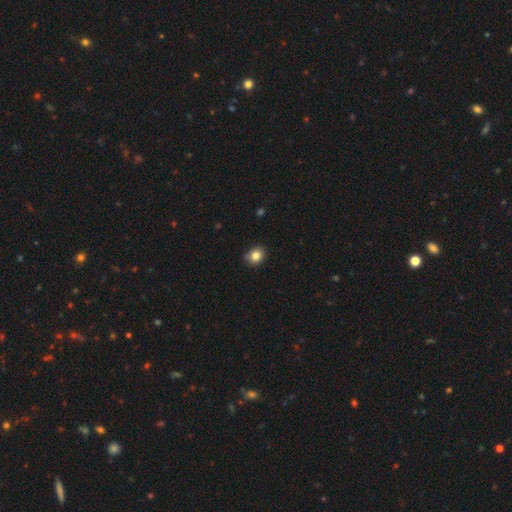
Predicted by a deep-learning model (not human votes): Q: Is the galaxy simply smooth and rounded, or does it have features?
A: smooth — 83%.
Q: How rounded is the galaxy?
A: round — 68%.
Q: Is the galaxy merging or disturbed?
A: none — 82%.